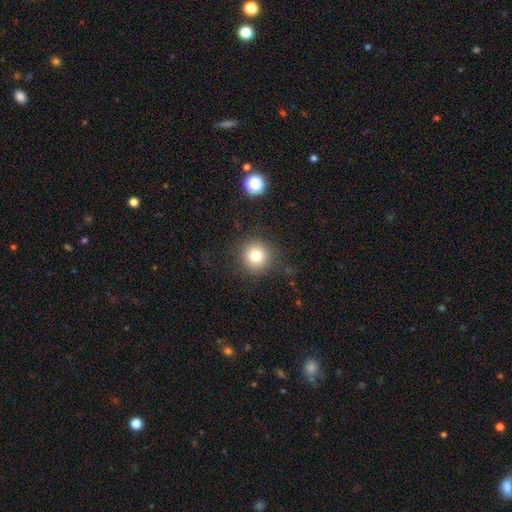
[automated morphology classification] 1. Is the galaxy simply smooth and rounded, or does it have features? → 77% smooth, 13% star or artifact, 10% featured or disk.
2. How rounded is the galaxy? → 94% round, 5% in between, 1% cigar-shaped.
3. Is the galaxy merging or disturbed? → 87% none, 8% minor disturbance, 4% major disturbance, 2% merger.